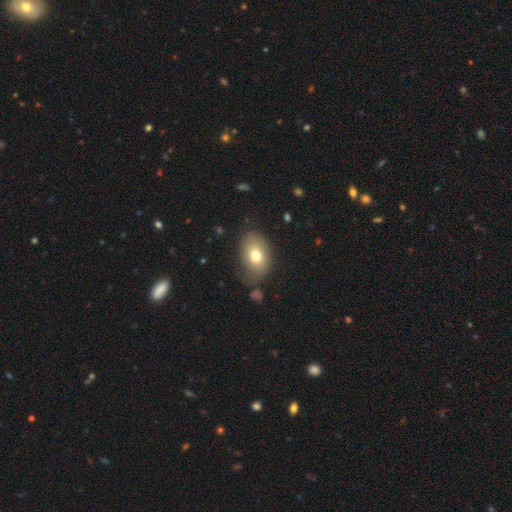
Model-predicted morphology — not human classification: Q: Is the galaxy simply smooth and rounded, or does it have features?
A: smooth — 74%.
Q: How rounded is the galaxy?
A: in between — 81%.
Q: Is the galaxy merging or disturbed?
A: none — 71%.